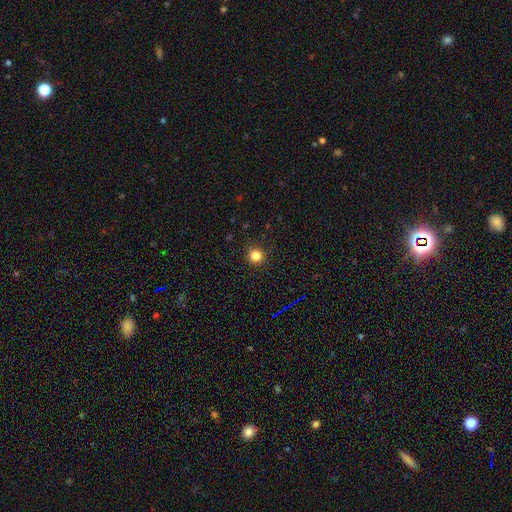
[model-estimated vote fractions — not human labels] Q: Smooth or featured?
A: smooth (82%); runner-up: star or artifact (14%)
Q: How rounded?
A: round (93%); runner-up: in between (6%)
Q: Merging?
A: none (91%); runner-up: minor disturbance (6%)